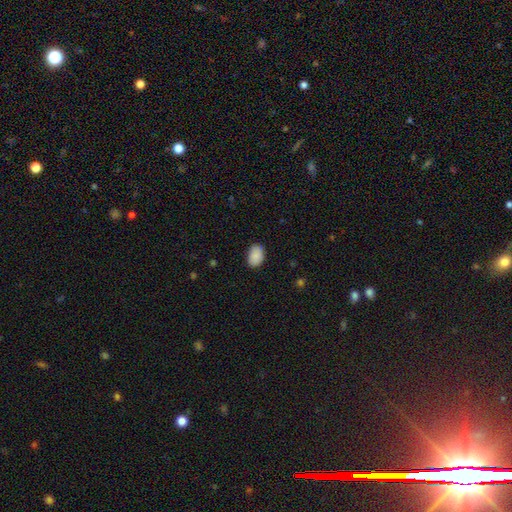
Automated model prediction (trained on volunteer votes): Morphology: type=smooth (90%); roundness=in between (86%); merging=none (85%).